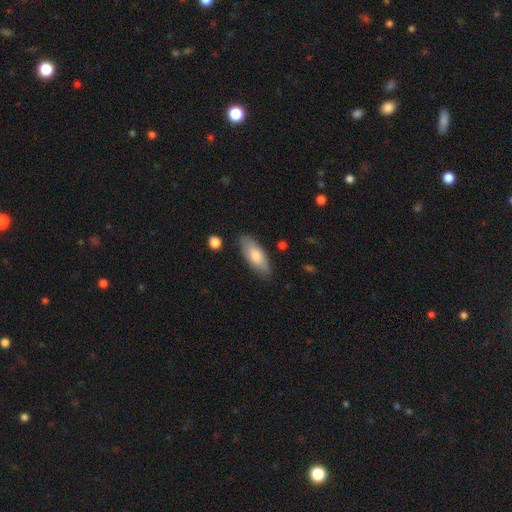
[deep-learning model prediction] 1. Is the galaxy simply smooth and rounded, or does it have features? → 76% smooth, 18% featured or disk, 6% star or artifact.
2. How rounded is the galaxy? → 77% in between, 21% cigar-shaped, 2% round.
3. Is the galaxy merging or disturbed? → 81% none, 14% minor disturbance, 3% major disturbance, 2% merger.